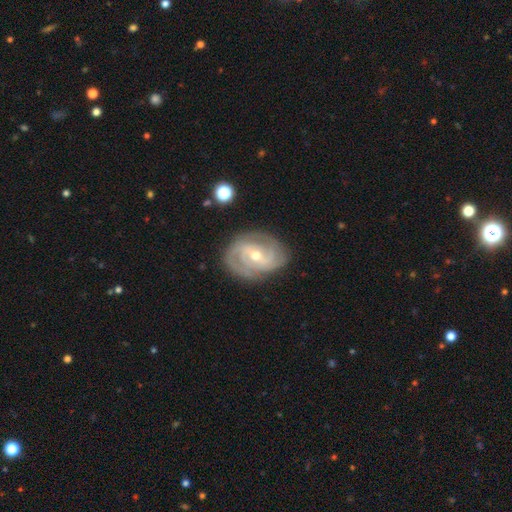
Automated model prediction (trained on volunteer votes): Smooth or featured? Predicted: featured or disk (p=0.85). Edge-on disk? Predicted: no (p=0.97). Bar? Predicted: weak (p=0.45). Spiral arms? Predicted: yes (p=0.94). Spiral winding? Predicted: tight (p=0.58). Spiral arm count? Predicted: 2 (p=0.44). Bulge size? Predicted: moderate (p=0.50). Merging? Predicted: none (p=0.78).